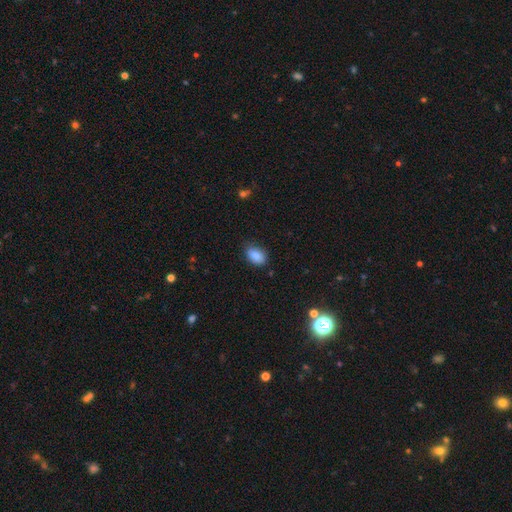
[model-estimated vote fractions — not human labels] The model was most divided on "merging": none: 76%, minor disturbance: 19%, major disturbance: 3%, merger: 1%. More confident: how rounded — in between (89%); smooth or featured — smooth (87%).